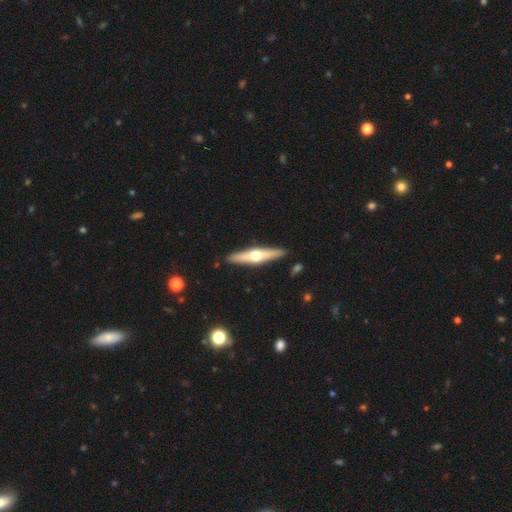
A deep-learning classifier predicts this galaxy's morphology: type=featured or disk (64%); edge-on=yes (95%); edge-on bulge=rounded (95%); merging=none (90%).